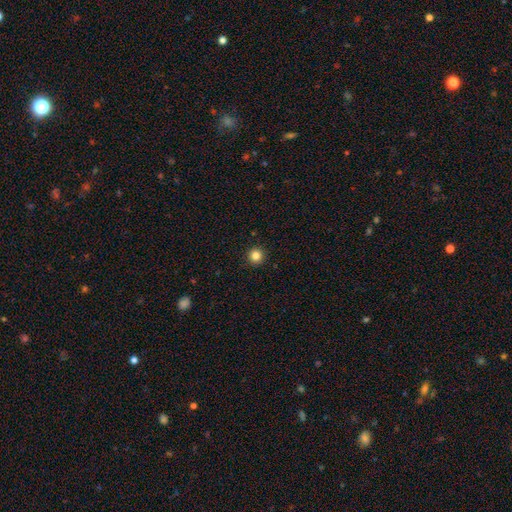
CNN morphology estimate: This is clearly a smooth galaxy (84%). How rounded: clearly round (96%). Merging: clearly none (93%).